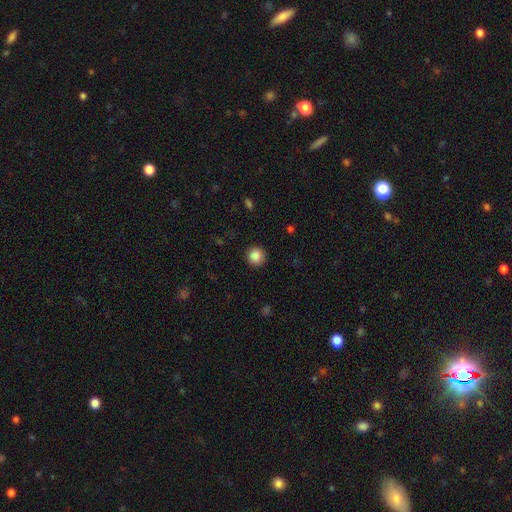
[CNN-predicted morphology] Q: Smooth or featured?
A: smooth (87%); runner-up: star or artifact (10%)
Q: How rounded?
A: round (93%); runner-up: in between (6%)
Q: Merging?
A: none (91%); runner-up: minor disturbance (6%)